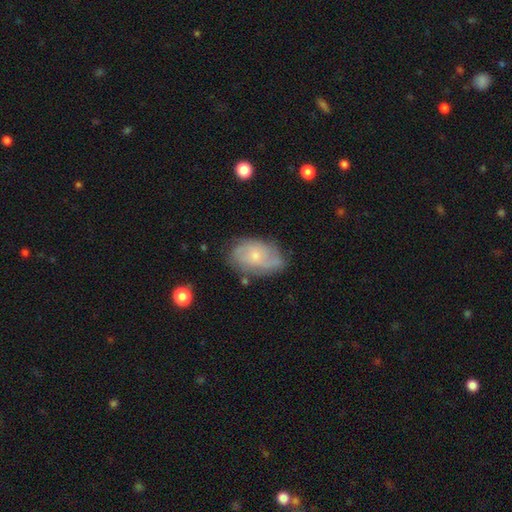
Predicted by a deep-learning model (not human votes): featured or disk 58%, smooth 35%, star or artifact 7%. Down the decision tree: edge-on disk — no (95%); bar — no (75%); spiral arms — yes (80%); bulge size — small (61%); merging — none (66%).